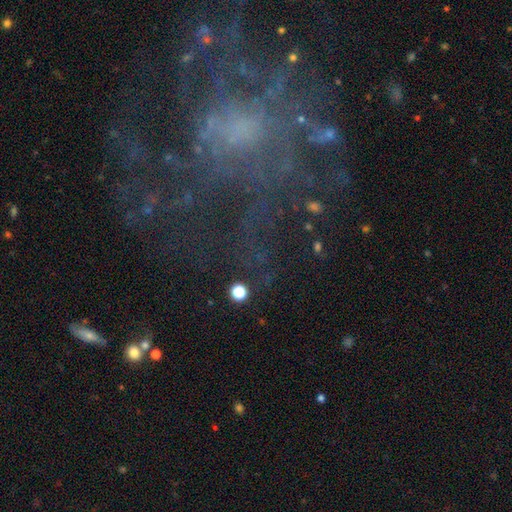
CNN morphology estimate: featured or disk 55%, star or artifact 26%, smooth 19%. Down the decision tree: edge-on disk — no (95%); bar — no (81%); spiral arms — no (53%); bulge size — small (35%); merging — none (55%).